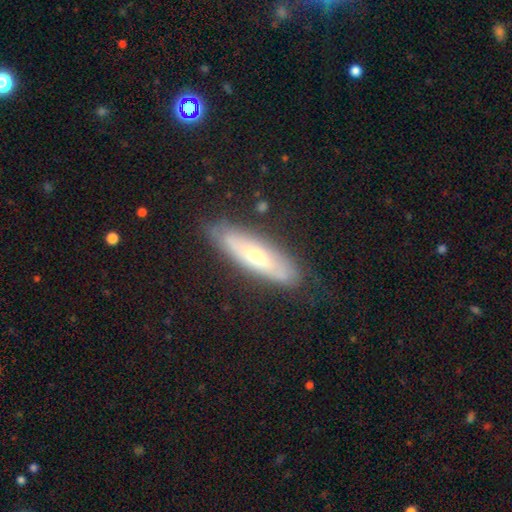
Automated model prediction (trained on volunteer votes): Q: Smooth or featured?
A: featured or disk (57%); runner-up: smooth (35%)
Q: Edge-on disk?
A: no (52%); runner-up: yes (48%)
Q: Merging?
A: none (81%); runner-up: minor disturbance (13%)